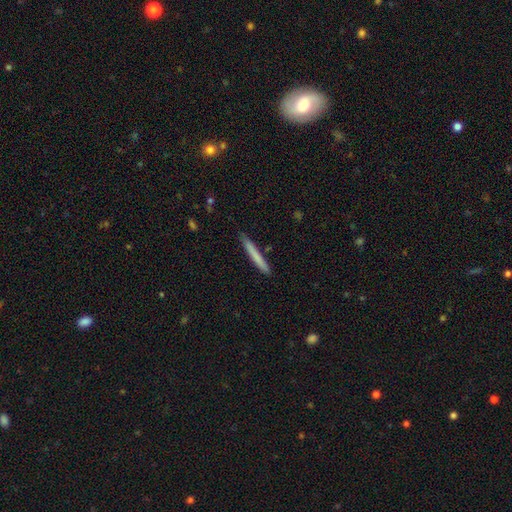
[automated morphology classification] Q: Smooth or featured?
A: smooth (74%); runner-up: featured or disk (21%)
Q: How rounded?
A: cigar-shaped (97%); runner-up: in between (2%)
Q: Merging?
A: none (87%); runner-up: minor disturbance (9%)